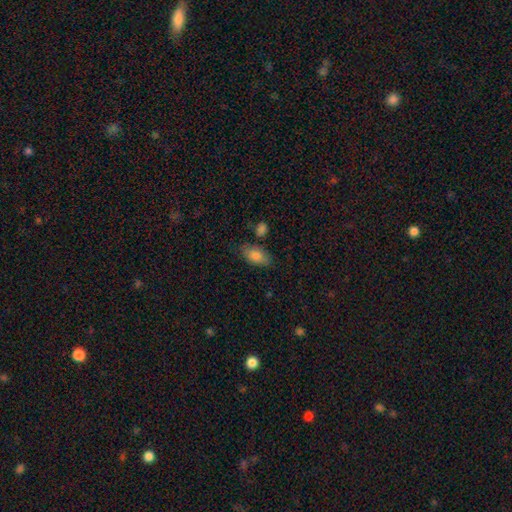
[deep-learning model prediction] Smooth or featured: smooth — 81% (featured or disk — 12%)
How rounded: in between — 92% (round — 5%)
Merging: none — 73% (minor disturbance — 17%)